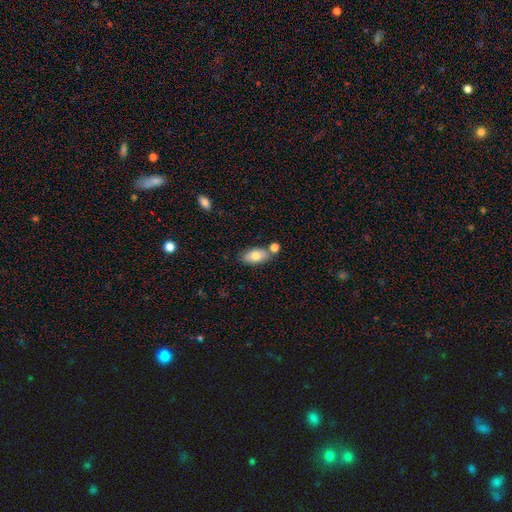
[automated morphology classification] smooth 77%, featured or disk 17%, star or artifact 7%. Down the decision tree: how rounded — in between (92%); merging — none (64%).